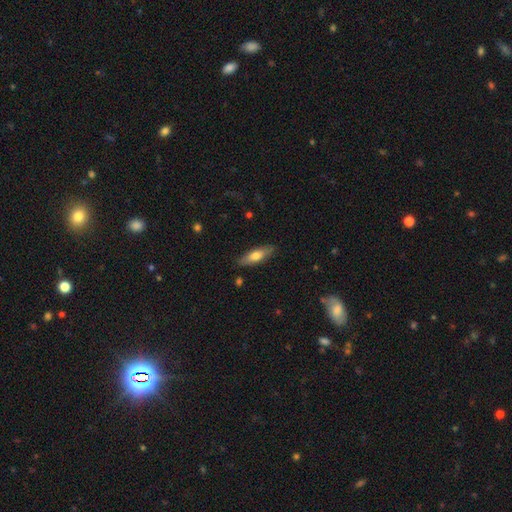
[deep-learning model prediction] A smooth galaxy with no disk features (64%) that is cigar-shaped (50%). Merging: none (86%).